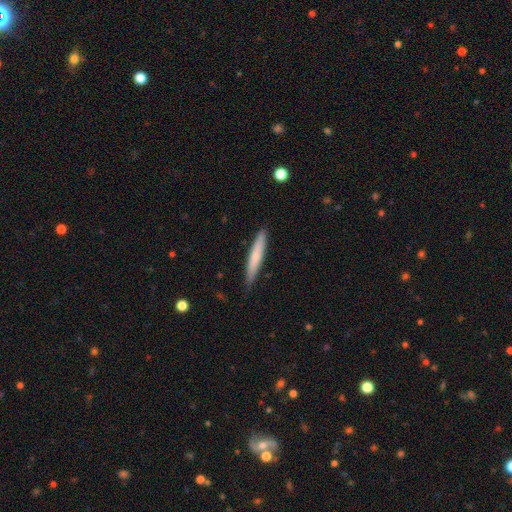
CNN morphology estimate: Smooth or featured?
  - smooth: 69% *
  - featured or disk: 25%
  - star or artifact: 5%
How rounded?
  - cigar-shaped: 93% *
  - in between: 5%
  - round: 1%
Merging?
  - none: 87% *
  - minor disturbance: 10%
  - major disturbance: 2%
  - merger: 1%